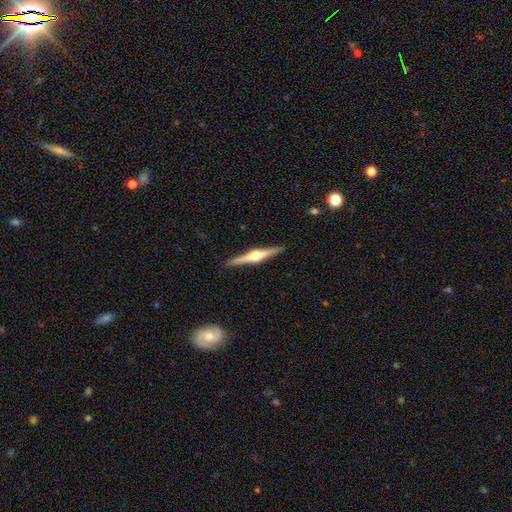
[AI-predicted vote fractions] Smooth or featured? Predicted: featured or disk (p=0.79). Edge-on disk? Predicted: yes (p=0.98). Edge-on bulge? Predicted: rounded (p=0.94). Merging? Predicted: none (p=0.92).